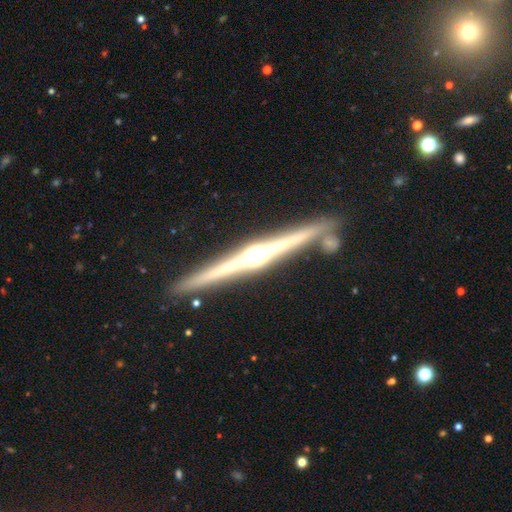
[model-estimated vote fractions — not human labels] Q: Smooth or featured?
A: featured or disk (87%); runner-up: smooth (7%)
Q: Edge-on disk?
A: yes (99%); runner-up: no (1%)
Q: Edge-on bulge?
A: rounded (83%); runner-up: boxy (10%)
Q: Merging?
A: none (87%); runner-up: minor disturbance (8%)